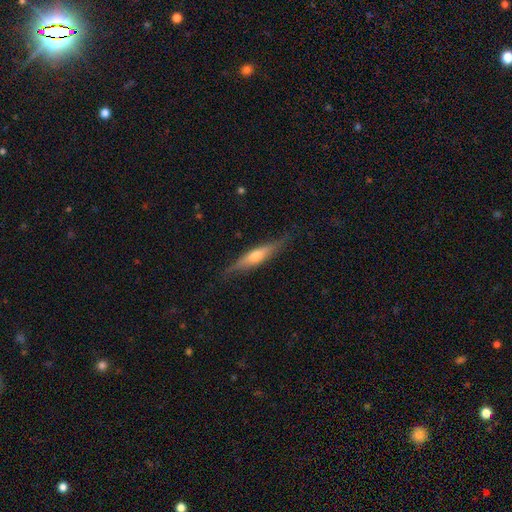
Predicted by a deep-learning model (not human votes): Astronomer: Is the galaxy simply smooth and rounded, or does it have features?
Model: featured or disk — 56% (runner-up: smooth, 38%).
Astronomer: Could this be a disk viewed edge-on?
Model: yes — 92%.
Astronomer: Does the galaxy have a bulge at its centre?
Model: rounded — 78%.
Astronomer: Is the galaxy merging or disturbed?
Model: none — 82%.